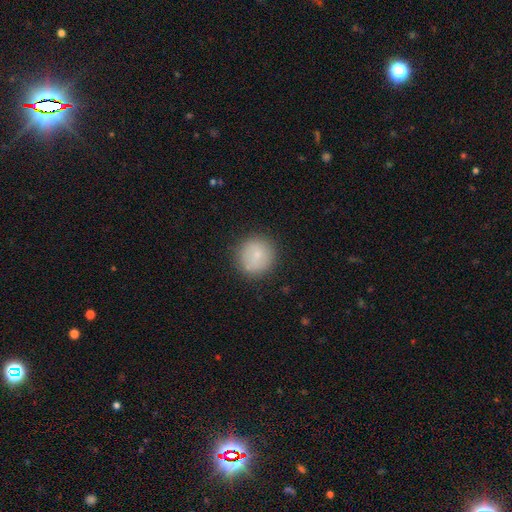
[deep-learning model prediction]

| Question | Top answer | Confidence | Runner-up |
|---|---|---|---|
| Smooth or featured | smooth | 78% | featured or disk (13%) |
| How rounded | round | 93% | in between (6%) |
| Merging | none | 84% | minor disturbance (10%) |